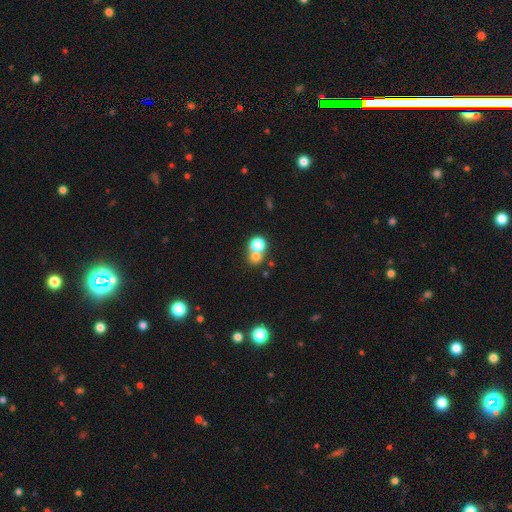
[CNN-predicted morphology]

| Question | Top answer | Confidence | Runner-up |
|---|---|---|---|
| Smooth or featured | smooth | 72% | star or artifact (14%) |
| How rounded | round | 77% | in between (22%) |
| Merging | merger | 56% | none (35%) |